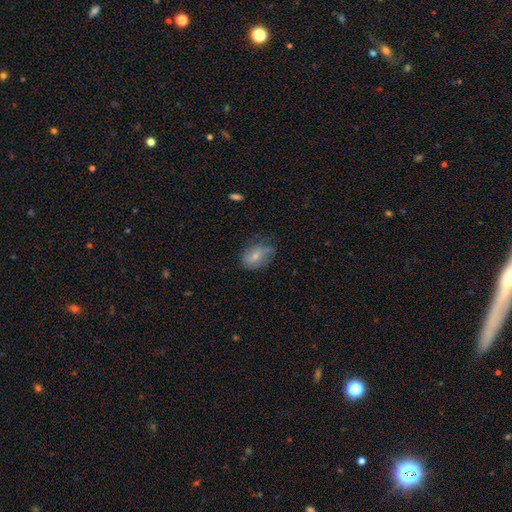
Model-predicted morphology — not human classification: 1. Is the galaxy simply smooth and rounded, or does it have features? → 61% smooth, 31% featured or disk, 8% star or artifact.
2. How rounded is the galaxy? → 77% in between, 21% round, 2% cigar-shaped.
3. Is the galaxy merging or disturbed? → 52% none, 33% minor disturbance, 14% major disturbance, 2% merger.